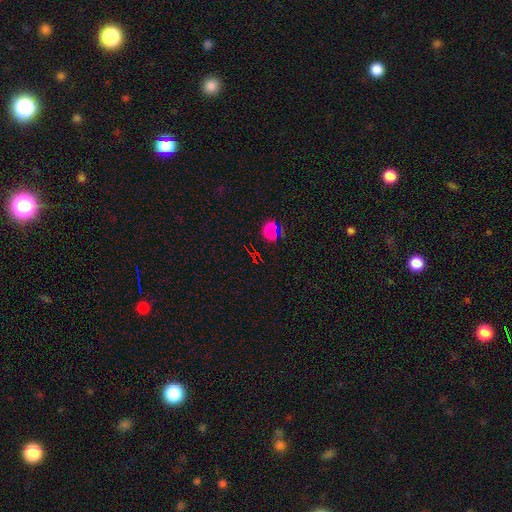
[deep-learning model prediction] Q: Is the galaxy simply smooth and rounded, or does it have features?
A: star or artifact — 52%.